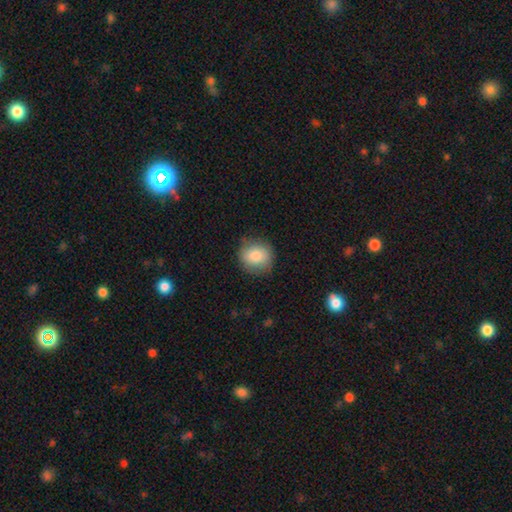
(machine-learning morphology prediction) smooth-or-featured: smooth: 83% | featured or disk: 9% | star or artifact: 8%
  how-rounded: round: 83% | in between: 16% | cigar-shaped: 1%
  merging: none: 82% | minor disturbance: 13% | major disturbance: 3% | merger: 1%